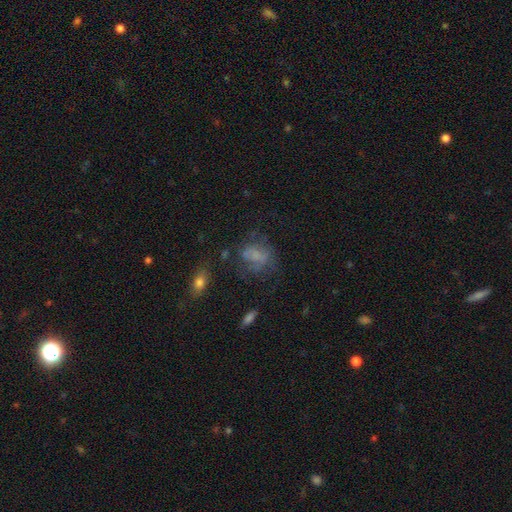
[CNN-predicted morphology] Overall: smooth (50%; featured or disk 34%). Merging: none (45%; major disturbance 27%).